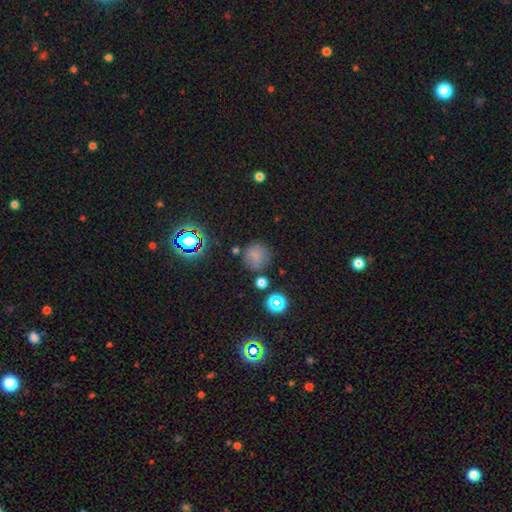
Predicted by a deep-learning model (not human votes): Q: Smooth or featured?
A: smooth (69%); runner-up: star or artifact (22%)
Q: How rounded?
A: round (90%); runner-up: in between (9%)
Q: Merging?
A: none (70%); runner-up: minor disturbance (16%)